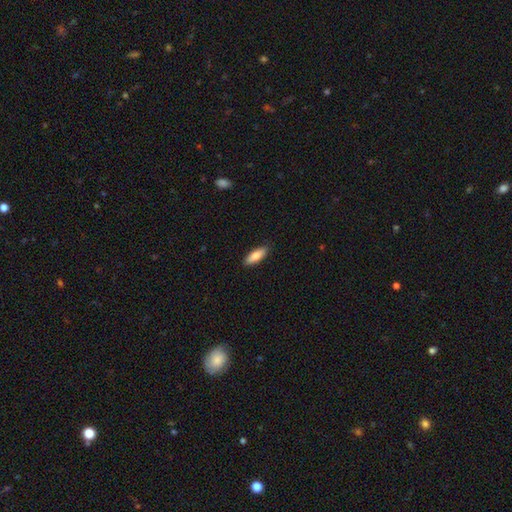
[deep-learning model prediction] The model was most divided on "how rounded": in between: 56%, cigar-shaped: 42%, round: 2%. More confident: merging — none (89%); smooth or featured — smooth (81%).